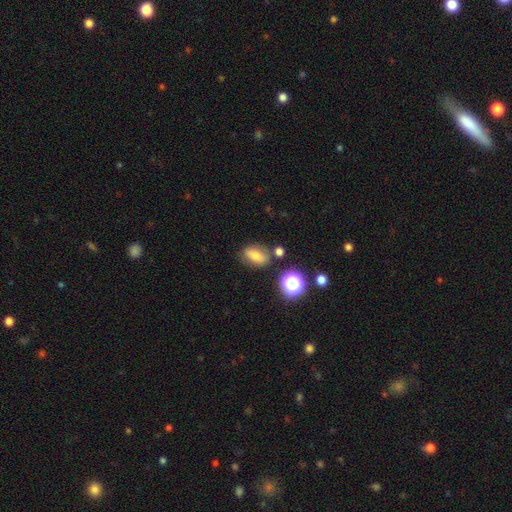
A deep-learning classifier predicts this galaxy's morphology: smooth_or_featured: smooth (p=0.70) [alt: featured or disk p=0.15]
how_rounded: in between (p=0.74) [alt: round p=0.20]
merging: none (p=0.73) [alt: minor disturbance p=0.15]